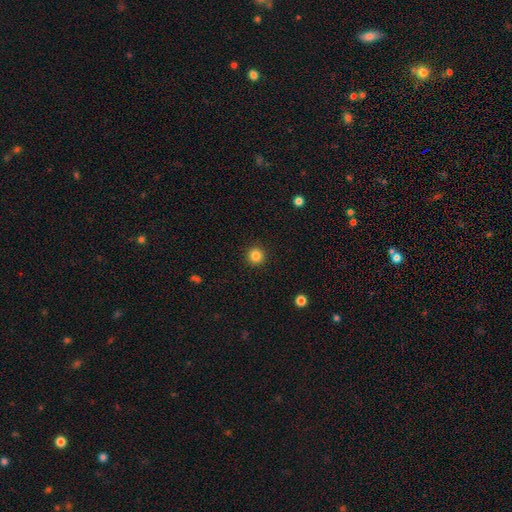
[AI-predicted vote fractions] Smooth or featured? Predicted: smooth (p=0.84). How rounded? Predicted: round (p=0.95). Merging? Predicted: none (p=0.92).